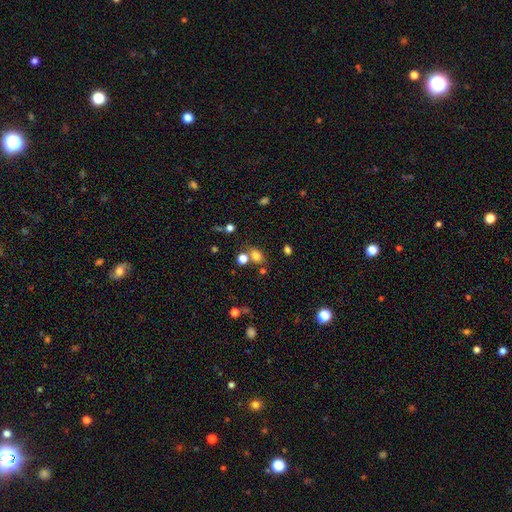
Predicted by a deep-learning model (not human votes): Smooth or featured?
  - smooth: 76% *
  - star or artifact: 16%
  - featured or disk: 7%
How rounded?
  - in between: 63% *
  - round: 35%
  - cigar-shaped: 2%
Merging?
  - none: 63% *
  - merger: 20%
  - minor disturbance: 12%
  - major disturbance: 5%